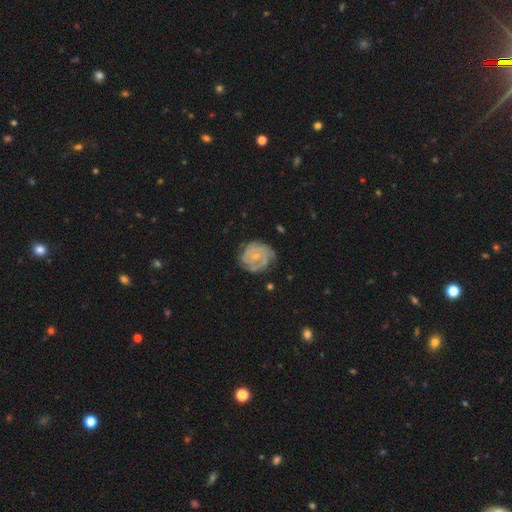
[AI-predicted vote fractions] smooth_or_featured: featured or disk (p=0.80) [alt: smooth p=0.14]
disk_edge_on: no (p=0.98) [alt: yes p=0.02]
bar: no (p=0.75) [alt: weak p=0.21]
has_spiral_arms: yes (p=0.93) [alt: no p=0.07]
spiral_winding: tight (p=0.69) [alt: medium p=0.25]
spiral_arm_count: 2 (p=0.29) [alt: can't tell p=0.28]
bulge_size: small (p=0.73) [alt: moderate p=0.21]
merging: none (p=0.69) [alt: minor disturbance p=0.21]